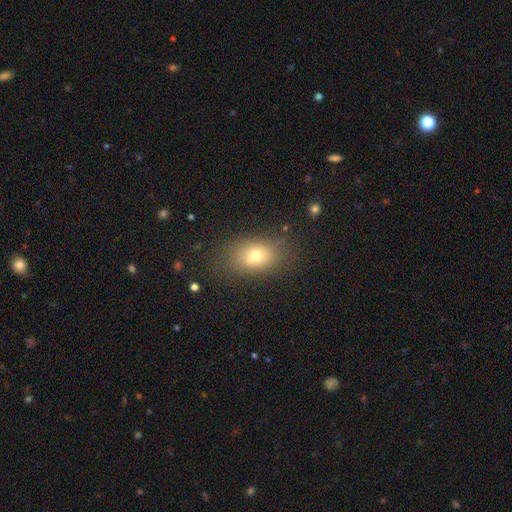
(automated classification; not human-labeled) Smooth or featured: smooth — 67% (featured or disk — 18%)
How rounded: in between — 68% (round — 30%)
Merging: none — 63% (merger — 17%)